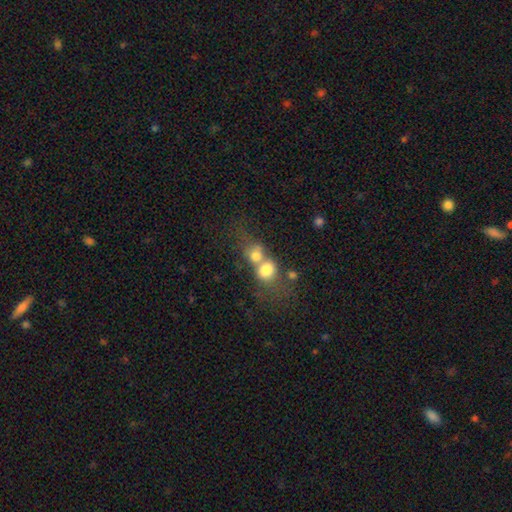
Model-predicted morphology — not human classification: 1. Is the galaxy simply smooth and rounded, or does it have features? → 72% smooth, 17% featured or disk, 11% star or artifact.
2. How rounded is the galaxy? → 62% round, 36% in between, 2% cigar-shaped.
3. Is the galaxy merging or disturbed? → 73% merger, 17% none, 5% minor disturbance, 5% major disturbance.